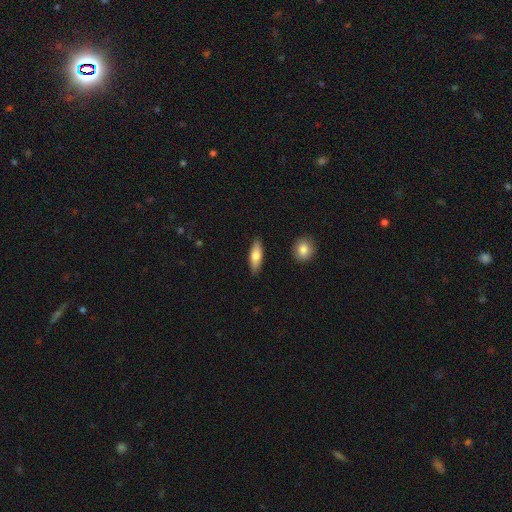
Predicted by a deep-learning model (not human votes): A smooth galaxy with no disk features (72%) that is in between round and cigar-shaped (57%).

Vote fractions:
- Smooth or featured? smooth: 72% / featured or disk: 23% / star or artifact: 6%
- How rounded? in between: 57% / cigar-shaped: 40% / round: 3%
- Merging? none: 87% / minor disturbance: 9% / merger: 2% / major disturbance: 2%